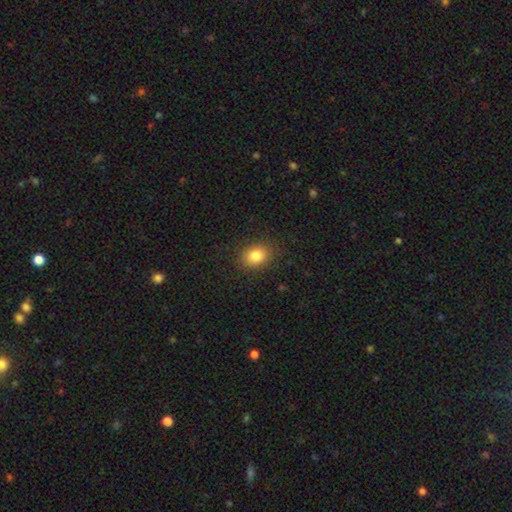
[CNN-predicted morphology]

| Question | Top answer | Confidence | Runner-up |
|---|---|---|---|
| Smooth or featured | smooth | 84% | star or artifact (10%) |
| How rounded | in between | 59% | round (40%) |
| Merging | none | 86% | minor disturbance (10%) |